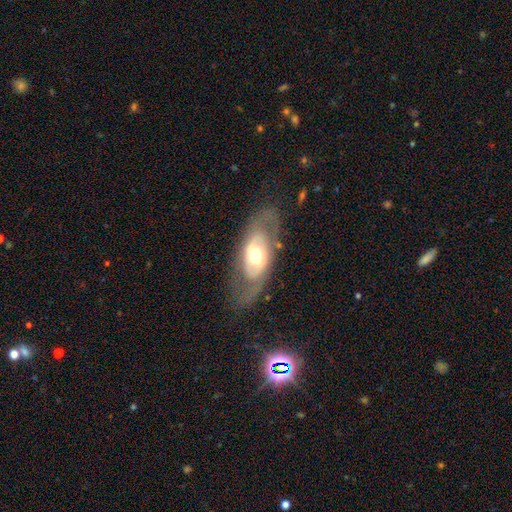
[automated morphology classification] Smooth or featured? Predicted: featured or disk (p=0.66). Edge-on disk? Predicted: no (p=0.86). Bar? Predicted: no (p=0.63). Spiral arms? Predicted: no (p=0.56). Bulge size? Predicted: moderate (p=0.66). Merging? Predicted: none (p=0.70).